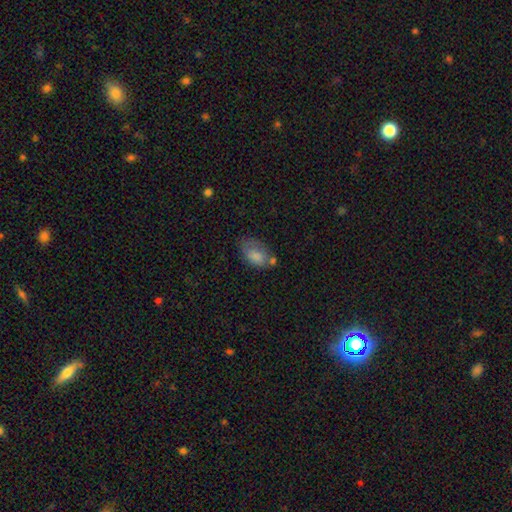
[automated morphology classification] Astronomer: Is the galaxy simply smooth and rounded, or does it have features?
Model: smooth — 77%.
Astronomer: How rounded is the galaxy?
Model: in between — 91%.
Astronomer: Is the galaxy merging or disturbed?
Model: none — 40% (runner-up: minor disturbance, 29%).